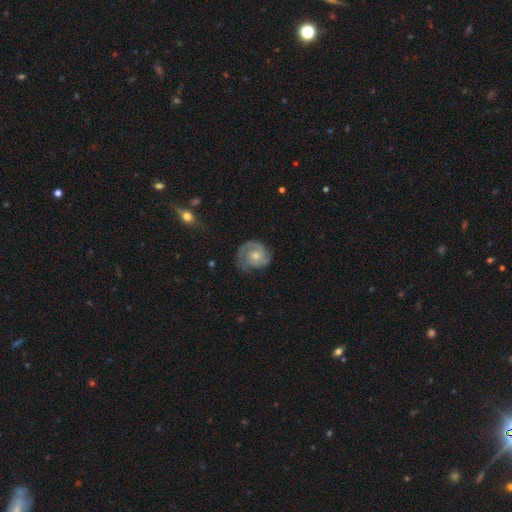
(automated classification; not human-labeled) Smooth or featured: featured or disk — 82% (smooth — 13%)
Edge-on disk: no — 98% (yes — 2%)
Bar: no — 67% (weak — 29%)
Spiral arms: yes — 96% (no — 4%)
Spiral winding: tight — 57% (medium — 36%)
Spiral arm count: 2 — 48% (3 — 29%)
Bulge size: moderate — 57% (small — 32%)
Merging: none — 72% (minor disturbance — 19%)